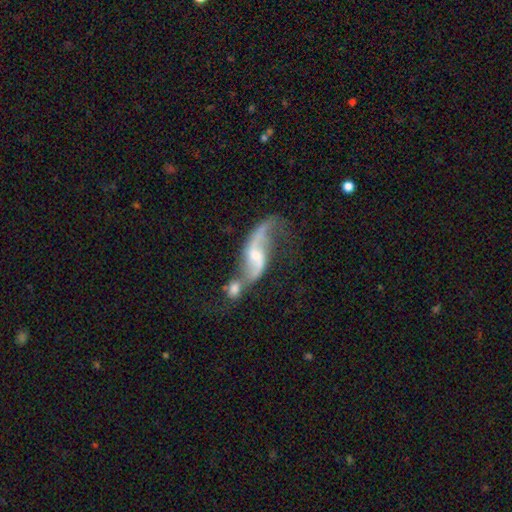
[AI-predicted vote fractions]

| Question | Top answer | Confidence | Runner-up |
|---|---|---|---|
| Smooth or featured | featured or disk | 84% | smooth (10%) |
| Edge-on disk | no | 93% | yes (7%) |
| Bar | weak | 46% | no (38%) |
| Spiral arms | yes | 92% | no (8%) |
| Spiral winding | loose | 87% | medium (10%) |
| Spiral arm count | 2 | 87% | 1 (7%) |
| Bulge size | small | 43% | moderate (37%) |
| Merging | merger | 49% | none (25%) |